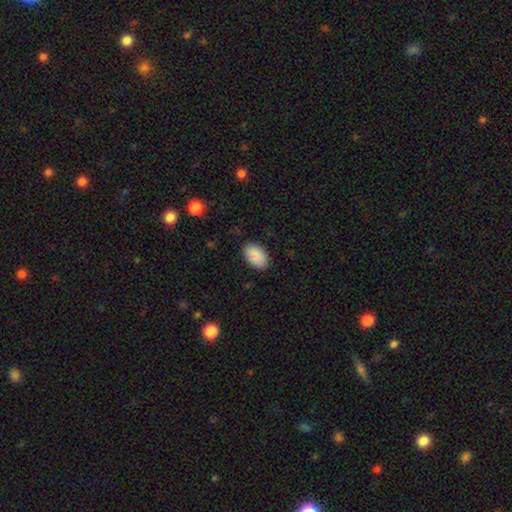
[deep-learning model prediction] Overall: smooth (91%). How rounded: in between (92%). Merging: none (87%).